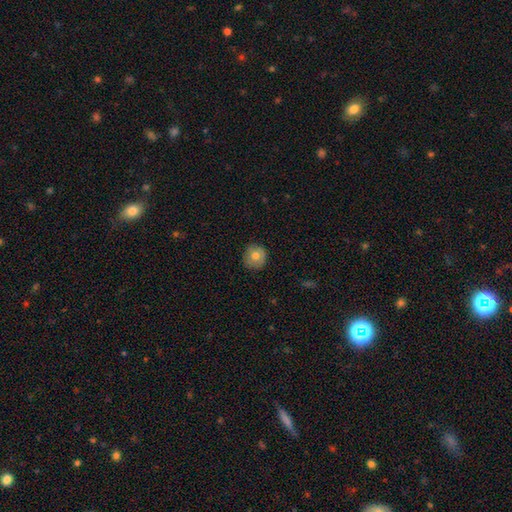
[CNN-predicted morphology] Smooth or featured?
  - smooth: 75% *
  - featured or disk: 17%
  - star or artifact: 9%
How rounded?
  - round: 92% *
  - in between: 7%
  - cigar-shaped: 1%
Merging?
  - none: 88% *
  - minor disturbance: 10%
  - major disturbance: 2%
  - merger: 1%